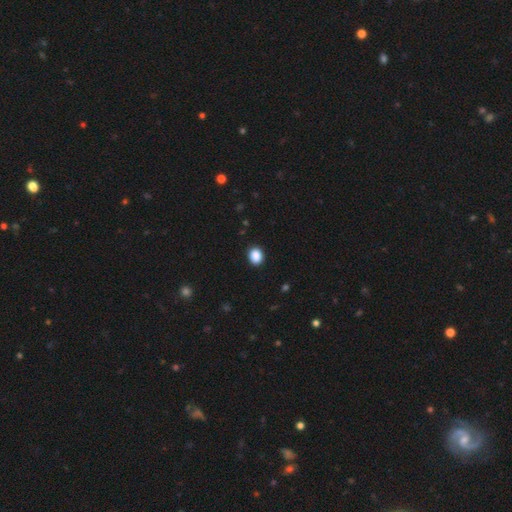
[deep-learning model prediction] Smooth or featured: smooth — 88% (star or artifact — 9%)
How rounded: round — 61% (in between — 38%)
Merging: none — 91% (minor disturbance — 6%)